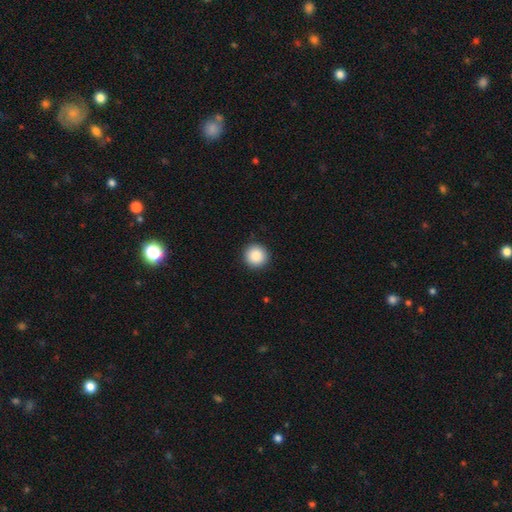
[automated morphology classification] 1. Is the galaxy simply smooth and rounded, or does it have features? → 89% smooth, 8% star or artifact, 3% featured or disk.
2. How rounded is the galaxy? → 94% round, 5% in between, 1% cigar-shaped.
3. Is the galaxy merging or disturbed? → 92% none, 5% minor disturbance, 2% major disturbance, 1% merger.